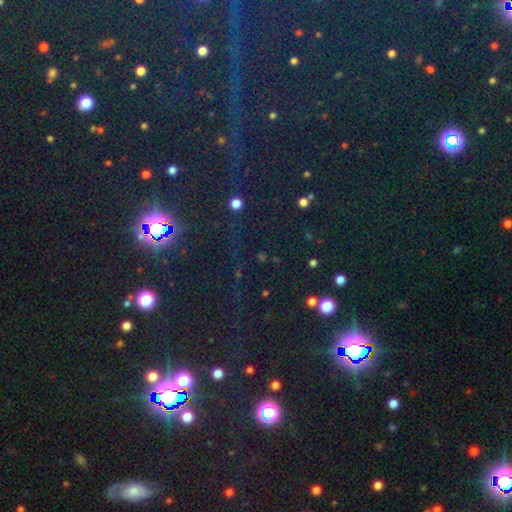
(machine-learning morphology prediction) This appears to be a star or artifact, not a galaxy (81%).